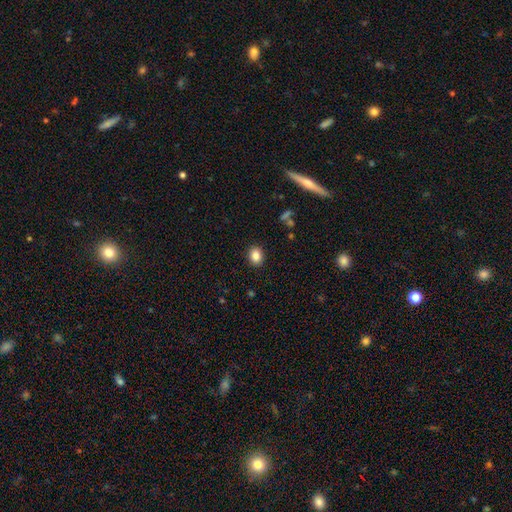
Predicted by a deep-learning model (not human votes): The model was most divided on "how rounded": round: 51%, in between: 48%, cigar-shaped: 1%. More confident: merging — none (90%); smooth or featured — smooth (85%).